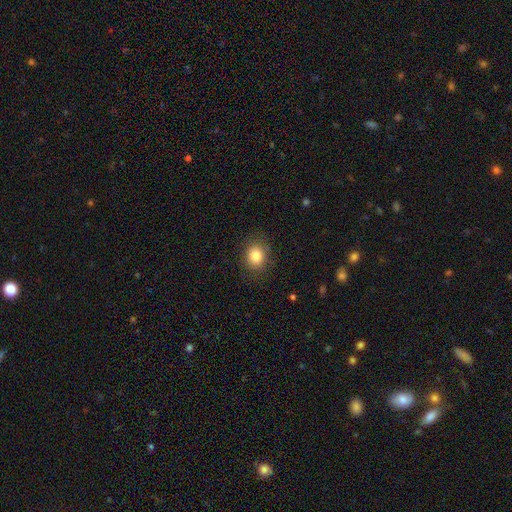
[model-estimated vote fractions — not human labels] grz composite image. It shows a smooth galaxy with no disk features (83%) that is round (59%). Merging: none (84%).